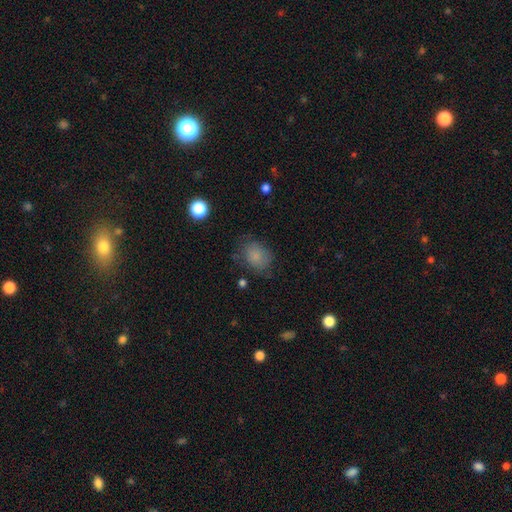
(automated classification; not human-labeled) Smooth or featured? smooth (81%)
How rounded? in between (59%)
Merging? none (67%)